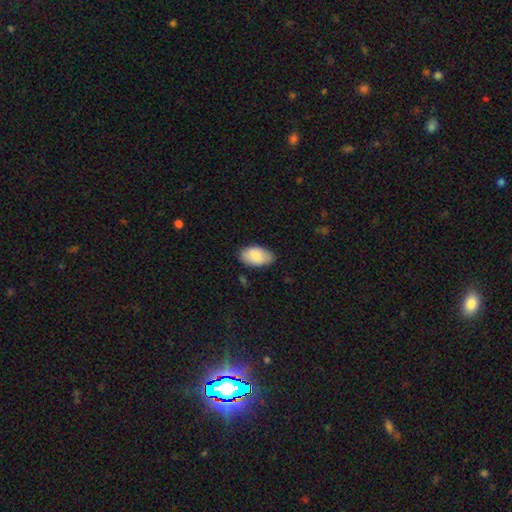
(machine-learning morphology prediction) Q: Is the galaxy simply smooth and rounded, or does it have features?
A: smooth — 87%.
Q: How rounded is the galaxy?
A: in between — 95%.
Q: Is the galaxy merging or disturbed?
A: none — 80%.